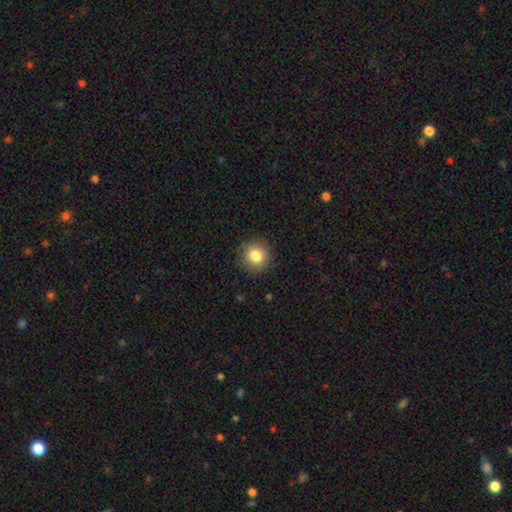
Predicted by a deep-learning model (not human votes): Smooth or featured? Predicted: smooth (p=0.82). How rounded? Predicted: round (p=0.93). Merging? Predicted: none (p=0.89).